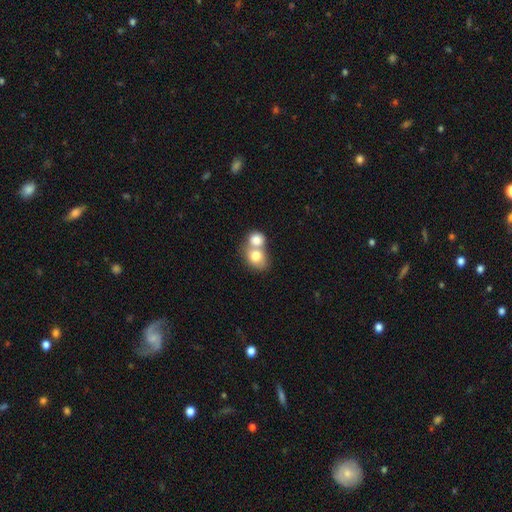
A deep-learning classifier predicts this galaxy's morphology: The model was most divided on "how rounded": round: 55%, in between: 44%, cigar-shaped: 1%. More confident: smooth or featured — smooth (77%); merging — merger (68%).